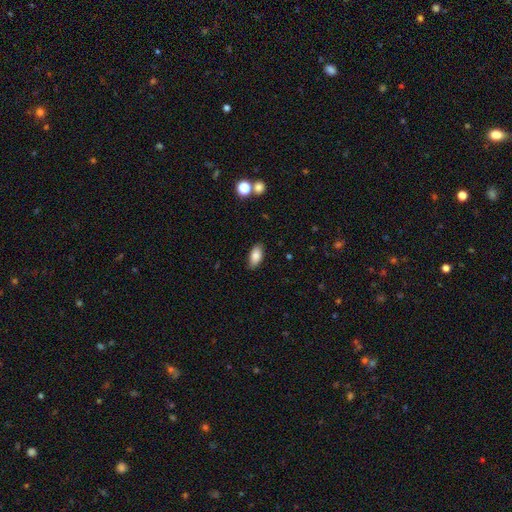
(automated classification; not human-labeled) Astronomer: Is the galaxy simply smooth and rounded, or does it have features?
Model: smooth — 84%.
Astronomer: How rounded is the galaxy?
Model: in between — 90%.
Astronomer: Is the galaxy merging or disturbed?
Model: none — 84%.